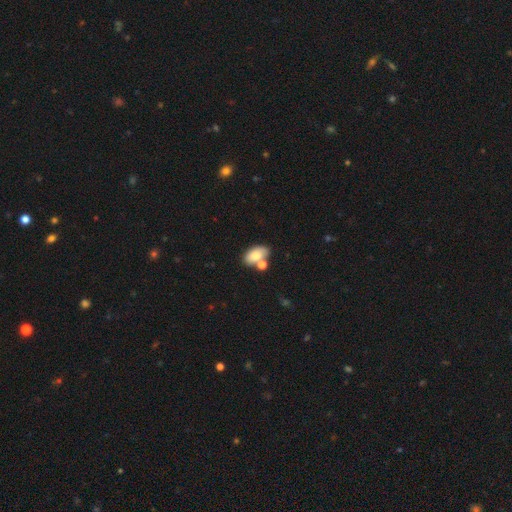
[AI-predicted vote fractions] Q: Smooth or featured?
A: smooth (78%); runner-up: featured or disk (14%)
Q: How rounded?
A: in between (90%); runner-up: round (8%)
Q: Merging?
A: none (53%); runner-up: merger (29%)